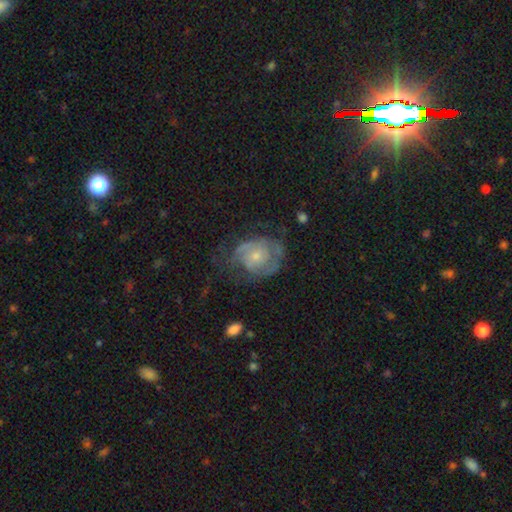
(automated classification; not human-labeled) Q: Smooth or featured?
A: featured or disk (69%); runner-up: smooth (24%)
Q: Edge-on disk?
A: no (97%); runner-up: yes (3%)
Q: Bar?
A: no (77%); runner-up: weak (19%)
Q: Spiral arms?
A: yes (80%); runner-up: no (20%)
Q: Spiral winding?
A: tight (49%); runner-up: medium (35%)
Q: Spiral arm count?
A: 2 (41%); runner-up: can't tell (36%)
Q: Bulge size?
A: small (62%); runner-up: moderate (32%)
Q: Merging?
A: none (50%); runner-up: minor disturbance (25%)